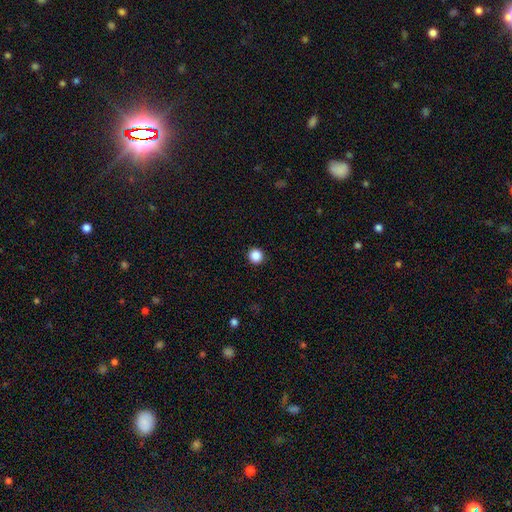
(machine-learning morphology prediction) Smooth or featured: smooth — 87% (star or artifact — 11%)
How rounded: round — 95% (in between — 4%)
Merging: none — 94% (minor disturbance — 4%)